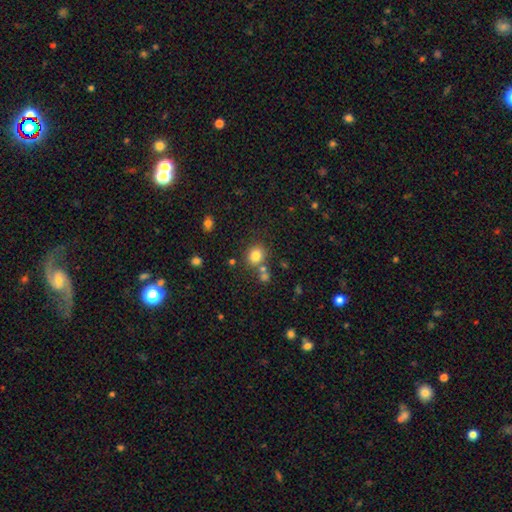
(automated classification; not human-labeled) Smooth or featured: smooth — 80% (star or artifact — 13%)
How rounded: round — 76% (in between — 23%)
Merging: none — 71% (merger — 15%)